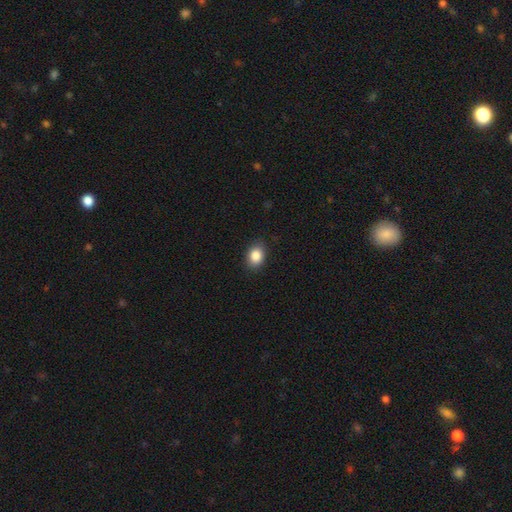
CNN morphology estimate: type=smooth (86%); roundness=in between (68%); merging=none (86%).